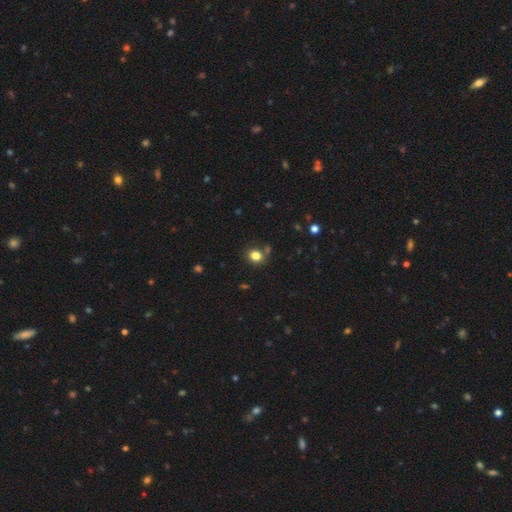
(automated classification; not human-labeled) Smooth or featured?
  - smooth: 82% *
  - star or artifact: 12%
  - featured or disk: 6%
How rounded?
  - round: 67% *
  - in between: 33%
  - cigar-shaped: 1%
Merging?
  - none: 76% *
  - minor disturbance: 12%
  - merger: 9%
  - major disturbance: 3%